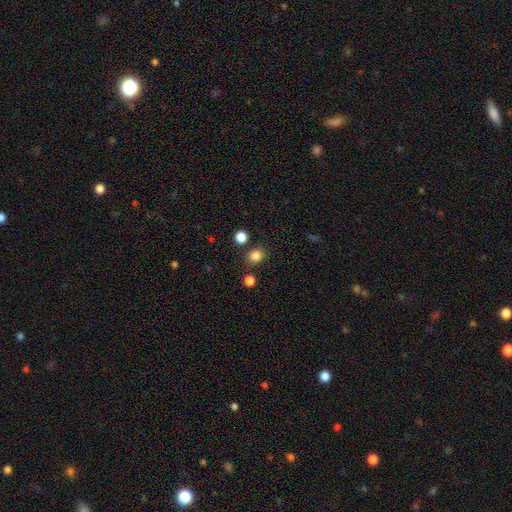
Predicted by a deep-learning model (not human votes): The model was most divided on "how rounded": round: 74%, in between: 25%, cigar-shaped: 1%. More confident: smooth or featured — smooth (83%); merging — none (83%).